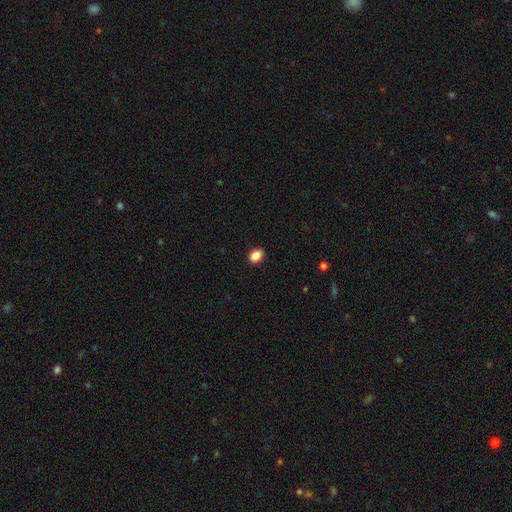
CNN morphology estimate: smooth_or_featured: smooth (p=0.88) [alt: star or artifact p=0.09]
how_rounded: in between (p=0.74) [alt: round p=0.25]
merging: none (p=0.90) [alt: minor disturbance p=0.07]